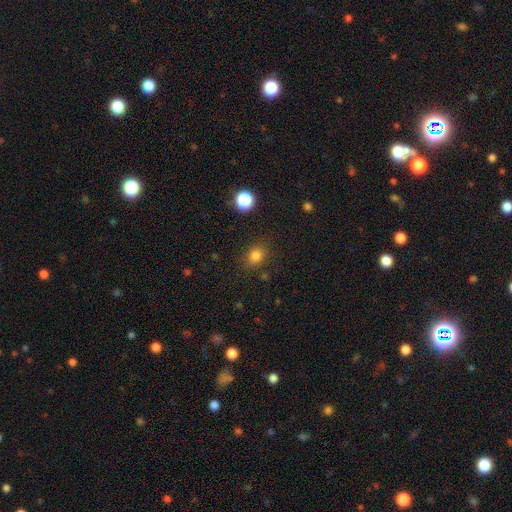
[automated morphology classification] smooth 81%, star or artifact 14%, featured or disk 5%. Down the decision tree: how rounded — round (57%); merging — none (84%).